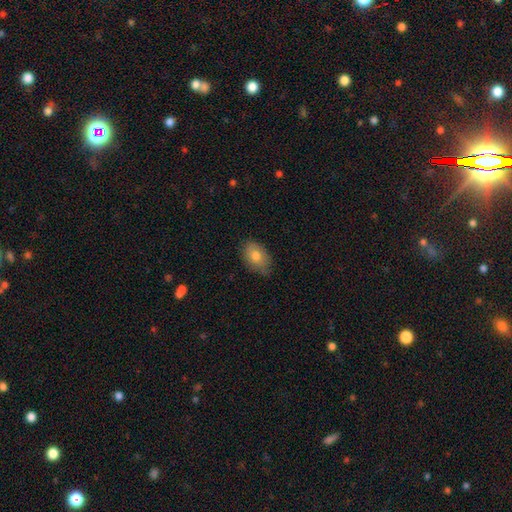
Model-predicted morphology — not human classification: Overall: smooth (78%). How rounded: in between (85%). Merging: none (74%).